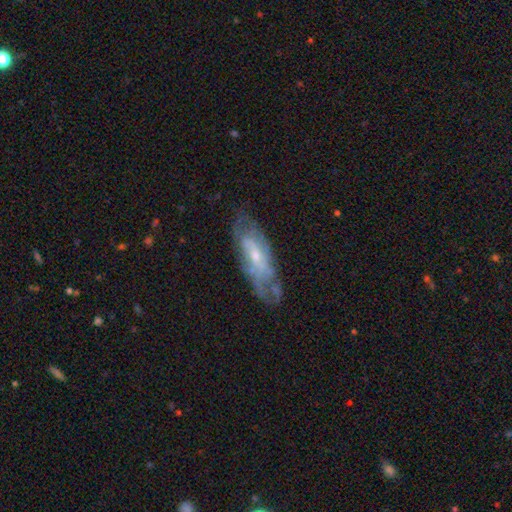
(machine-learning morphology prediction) Smooth or featured? Predicted: featured or disk (p=0.69). Edge-on disk? Predicted: no (p=0.81). Bar? Predicted: no (p=0.56). Spiral arms? Predicted: yes (p=0.69). Bulge size? Predicted: small (p=0.61). Merging? Predicted: none (p=0.61).